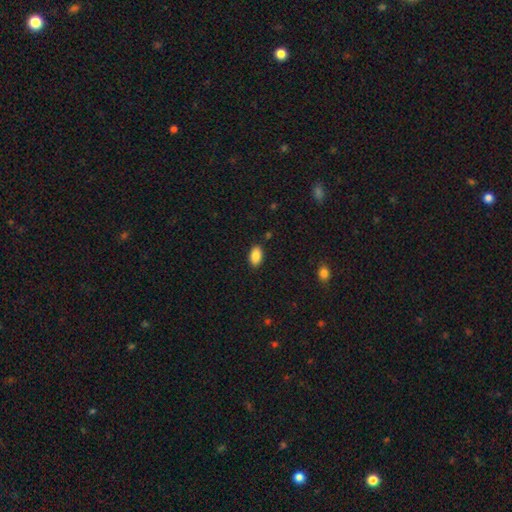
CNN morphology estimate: type=smooth (88%); roundness=in between (93%); merging=none (87%).